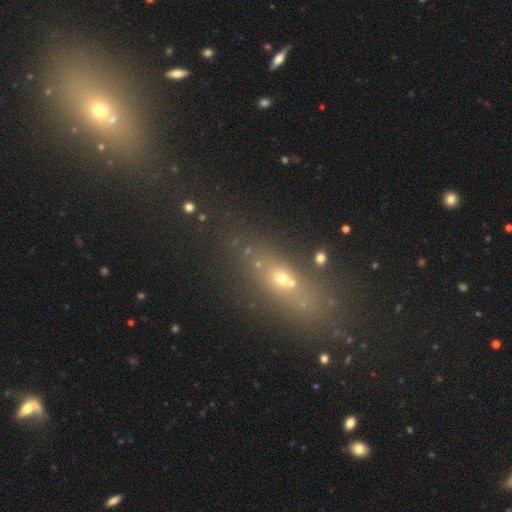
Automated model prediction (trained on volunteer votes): A smooth galaxy with no disk features (41%). Merging: none (57%).